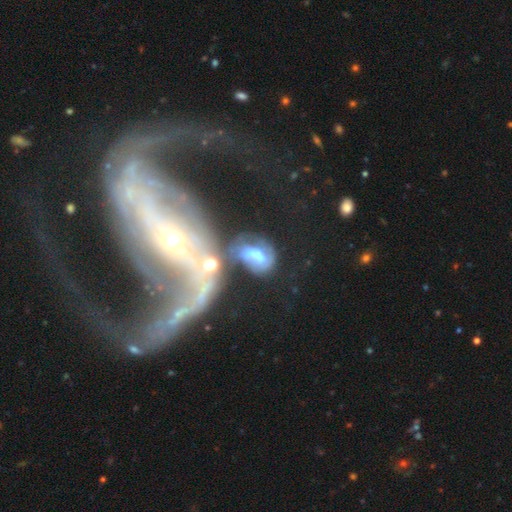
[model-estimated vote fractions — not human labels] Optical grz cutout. It shows a featured or disk galaxy (52%) with no bar (55%), spiral arms (54%) and a moderate central bulge (38%). Merging: merger (43%).